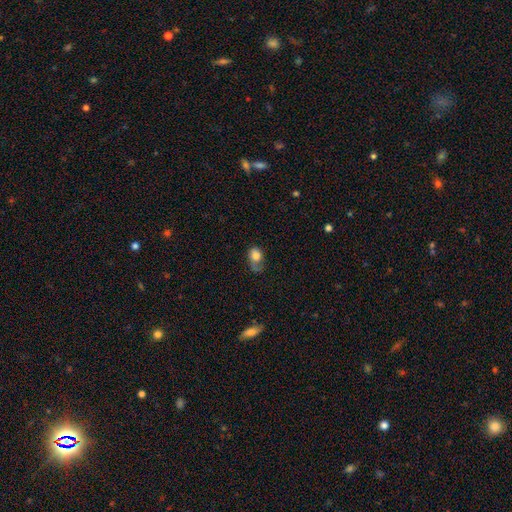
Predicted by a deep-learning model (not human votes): Smooth or featured: smooth — 71% (featured or disk — 20%)
How rounded: in between — 59% (round — 39%)
Merging: major disturbance — 34% (none — 33%)